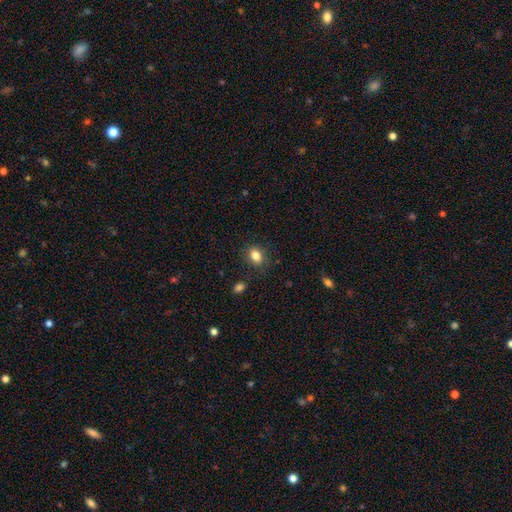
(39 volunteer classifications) smooth_or_featured: smooth (p=0.90) [alt: star or artifact p=0.10]
how_rounded: in between (p=0.77) [alt: round p=0.23]
merging: none (p=0.74) [alt: minor disturbance p=0.17]